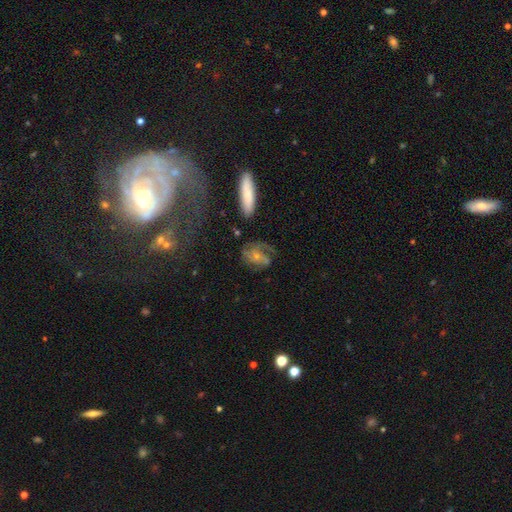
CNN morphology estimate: A featured or disk galaxy (70%) with no bar (64%), 2 (44%) medium (42%) spiral arms (90%) and a small central bulge (60%).

Vote fractions:
- Smooth or featured? featured or disk: 70% / smooth: 19% / star or artifact: 11%
- Edge-on disk? no: 94% / yes: 6%
- Bar? no: 64% / weak: 28% / strong: 8%
- Spiral arms? yes: 90% / no: 10%
- Spiral winding? medium: 42% / tight: 39% / loose: 18%
- Spiral arm count? 2: 44% / can't tell: 23% / 3: 15% / 1: 10% / 4: 4% / more than 4: 3%
- Bulge size? small: 60% / moderate: 31% / none: 5% / large: 2% / dominant: 1%
- Merging? none: 62% / minor disturbance: 20% / major disturbance: 14% / merger: 4%